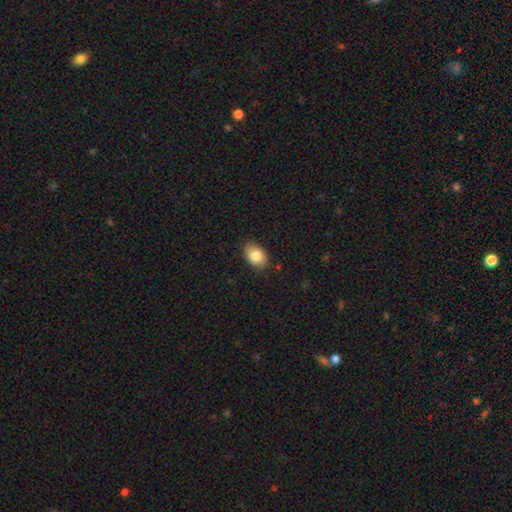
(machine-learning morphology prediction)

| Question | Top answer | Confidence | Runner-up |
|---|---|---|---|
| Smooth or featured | smooth | 85% | featured or disk (8%) |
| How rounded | in between | 87% | round (12%) |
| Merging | none | 84% | minor disturbance (13%) |